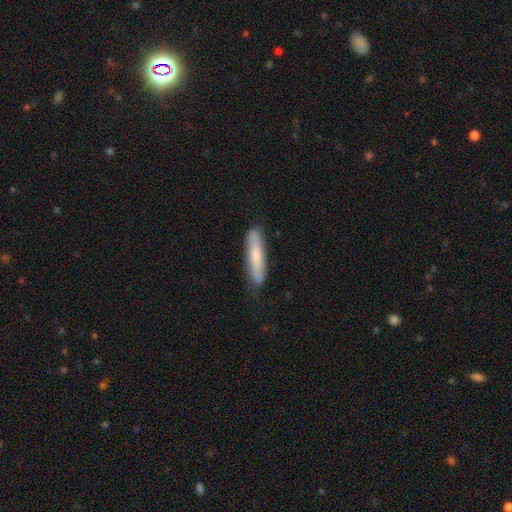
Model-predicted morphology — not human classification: Overall: smooth (70%). How rounded: cigar-shaped (85%). Merging: none (81%).